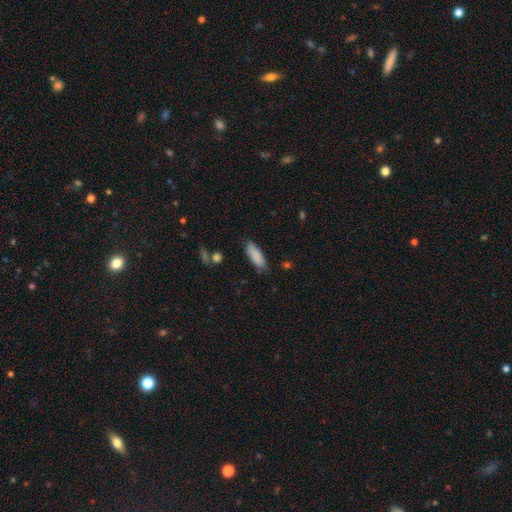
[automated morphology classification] Smooth or featured? Predicted: smooth (p=0.87). How rounded? Predicted: in between (p=0.62). Merging? Predicted: none (p=0.78).